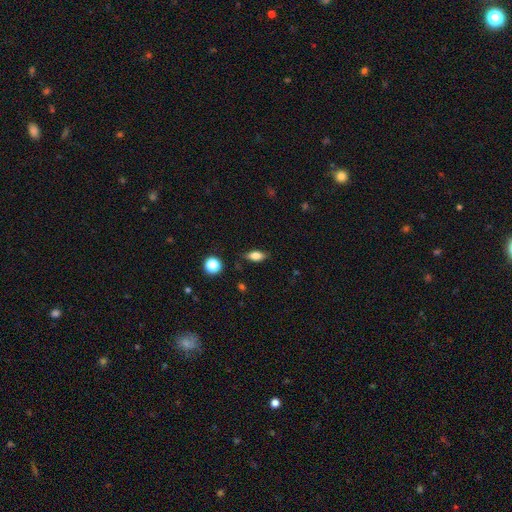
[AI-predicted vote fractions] Smooth or featured? Predicted: smooth (p=0.75). How rounded? Predicted: in between (p=0.81). Merging? Predicted: none (p=0.83).